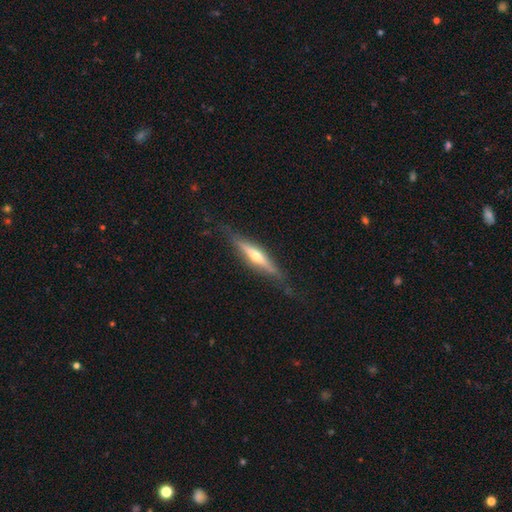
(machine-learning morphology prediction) Overall: featured or disk (71%). Edge-on disk: yes (96%). Edge-on bulge: rounded (83%). Merging: none (81%).